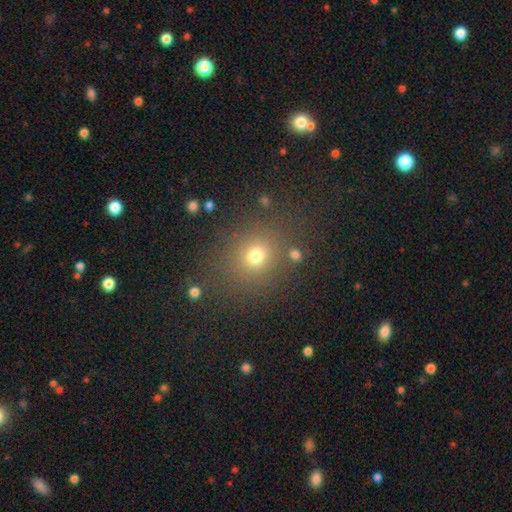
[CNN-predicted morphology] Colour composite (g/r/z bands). It shows a smooth galaxy with no disk features (73%) that is round (78%). Merging: none (80%).